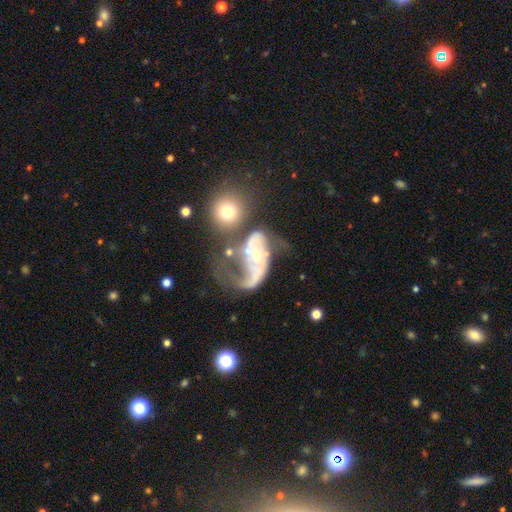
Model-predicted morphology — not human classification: Overall: featured or disk (80%). Edge-on disk: no (96%). Bar: no (64%; weak 26%). Spiral arms: yes (86%). Spiral arm count: 2 (60%; 1 25%). Spiral winding: loose (63%; medium 27%). Bulge size: small (57%; moderate 35%). Merging: major disturbance (43%; merger 26%).